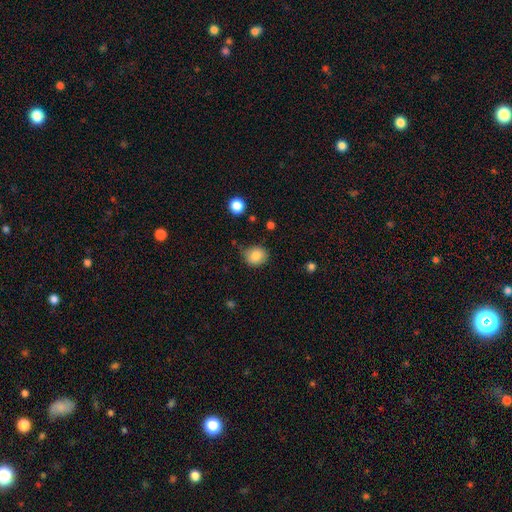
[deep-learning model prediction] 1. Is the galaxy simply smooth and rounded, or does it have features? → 83% smooth, 10% star or artifact, 7% featured or disk.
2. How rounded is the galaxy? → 76% round, 23% in between, 1% cigar-shaped.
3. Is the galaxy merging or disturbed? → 74% none, 19% minor disturbance, 4% major disturbance, 3% merger.